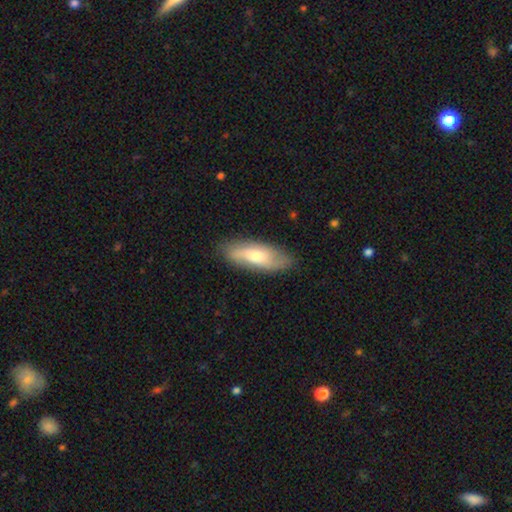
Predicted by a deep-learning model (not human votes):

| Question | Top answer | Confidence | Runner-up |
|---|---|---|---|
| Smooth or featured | smooth | 61% | featured or disk (33%) |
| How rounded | in between | 66% | cigar-shaped (32%) |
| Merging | none | 81% | minor disturbance (15%) |